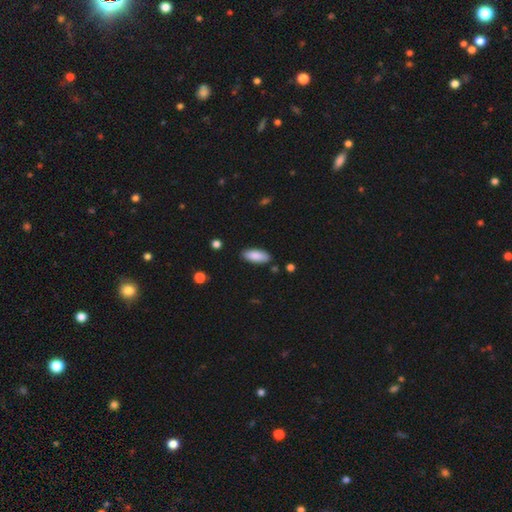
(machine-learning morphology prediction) Overall: smooth (87%). How rounded: in between (82%). Merging: none (87%).